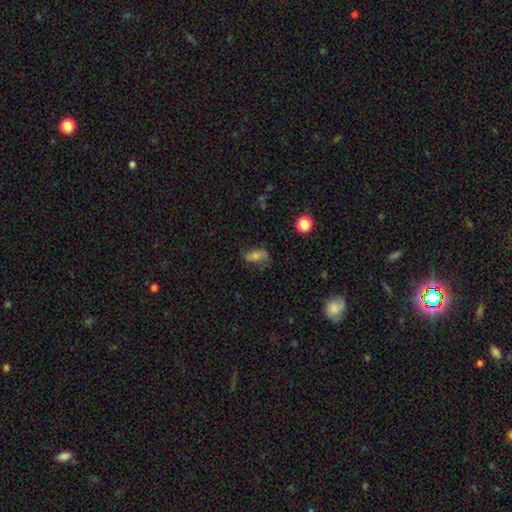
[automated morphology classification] smooth_or_featured: smooth (p=0.64) [alt: featured or disk p=0.24]
how_rounded: in between (p=0.84) [alt: round p=0.09]
merging: none (p=0.64) [alt: minor disturbance p=0.24]